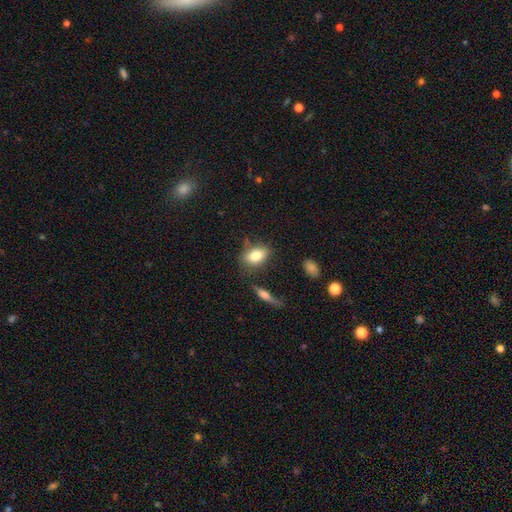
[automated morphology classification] smooth_or_featured: smooth (p=0.80) [alt: featured or disk p=0.12]
how_rounded: in between (p=0.83) [alt: round p=0.14]
merging: none (p=0.69) [alt: minor disturbance p=0.17]